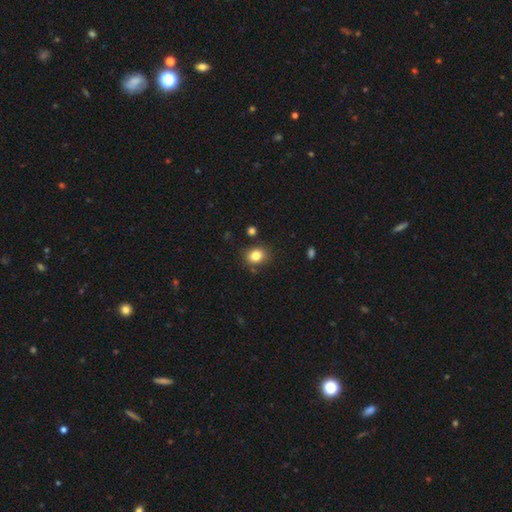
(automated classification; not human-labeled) A smooth galaxy with no disk features (82%) that is round (61%).

Vote fractions:
- Smooth or featured? smooth: 82% / star or artifact: 11% / featured or disk: 7%
- How rounded? round: 61% / in between: 38% / cigar-shaped: 1%
- Merging? none: 83% / minor disturbance: 10% / merger: 4% / major disturbance: 3%